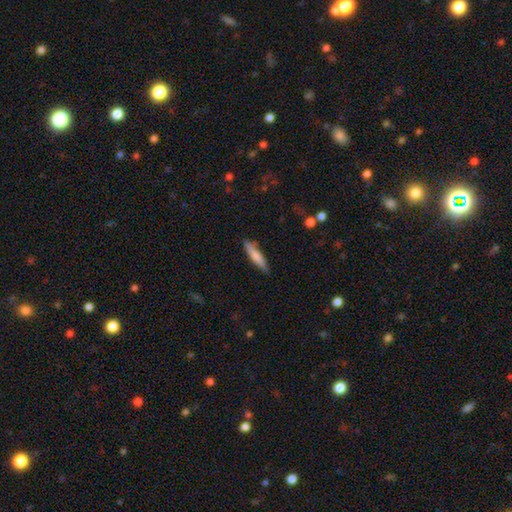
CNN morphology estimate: This appears to be a smooth galaxy with no disk features (72%) that is cigar-shaped (85%). Merging: none (83%).